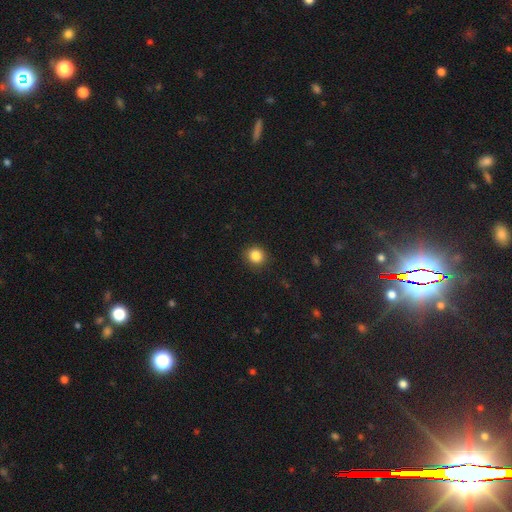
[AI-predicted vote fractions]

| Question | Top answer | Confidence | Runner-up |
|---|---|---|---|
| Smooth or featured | smooth | 86% | star or artifact (10%) |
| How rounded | round | 86% | in between (13%) |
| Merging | none | 89% | minor disturbance (8%) |